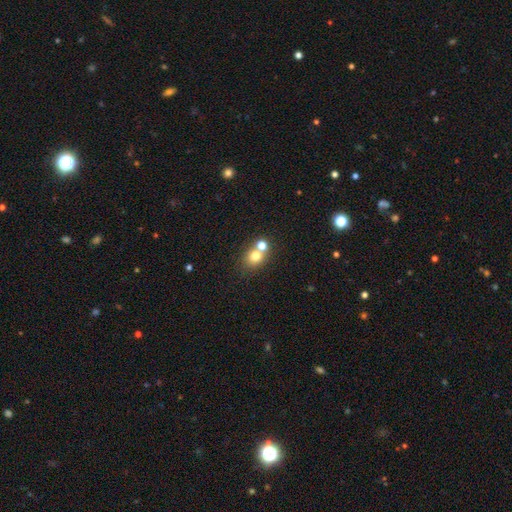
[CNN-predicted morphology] smooth_or_featured: smooth (p=0.74) [alt: star or artifact p=0.14]
how_rounded: round (p=0.71) [alt: in between p=0.28]
merging: none (p=0.48) [alt: merger p=0.41]